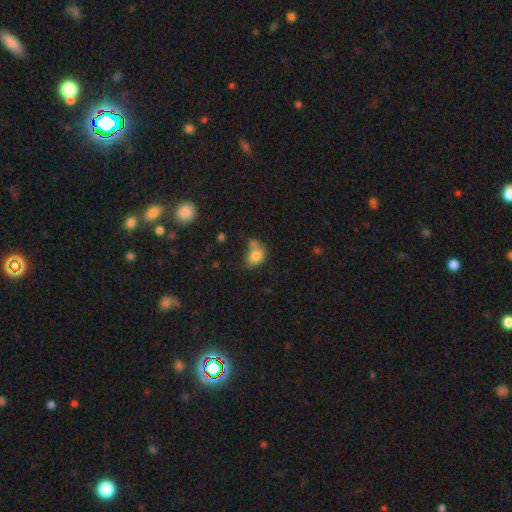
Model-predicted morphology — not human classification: Smooth or featured? Predicted: smooth (p=0.78). How rounded? Predicted: in between (p=0.64). Merging? Predicted: none (p=0.39).